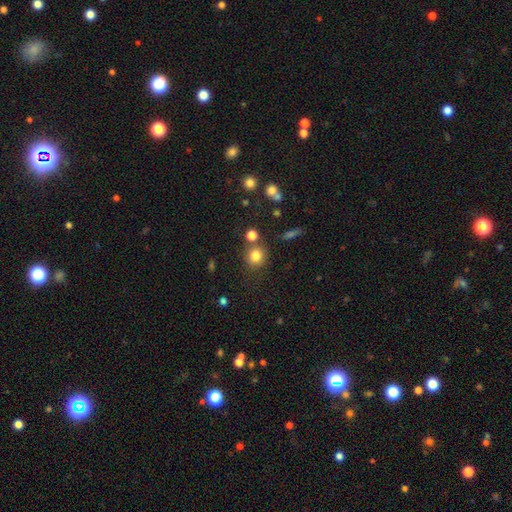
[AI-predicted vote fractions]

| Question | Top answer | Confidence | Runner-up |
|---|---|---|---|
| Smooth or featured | smooth | 81% | star or artifact (12%) |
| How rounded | round | 87% | in between (12%) |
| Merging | none | 75% | merger (11%) |